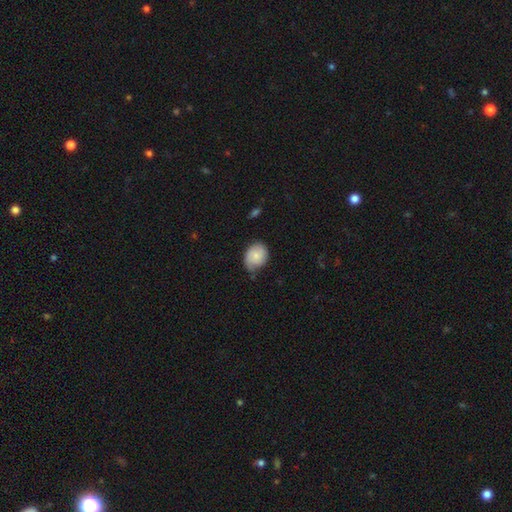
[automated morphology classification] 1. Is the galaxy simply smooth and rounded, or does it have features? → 74% smooth, 19% featured or disk, 7% star or artifact.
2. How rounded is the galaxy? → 55% round, 44% in between, 1% cigar-shaped.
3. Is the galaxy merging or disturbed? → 56% none, 34% minor disturbance, 7% major disturbance, 3% merger.